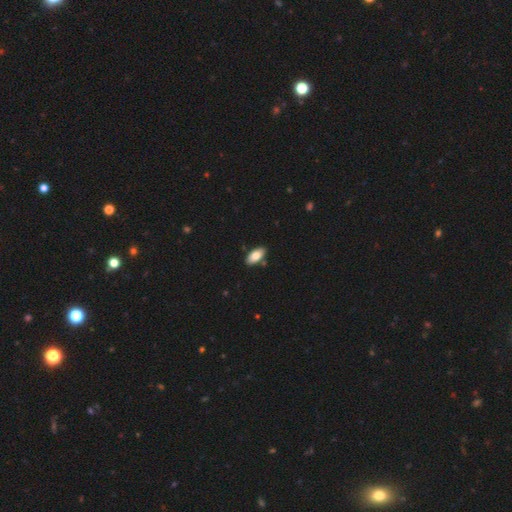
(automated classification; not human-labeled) This is likely a smooth galaxy (80%). How rounded: clearly in between (93%). Merging: clearly none (85%).